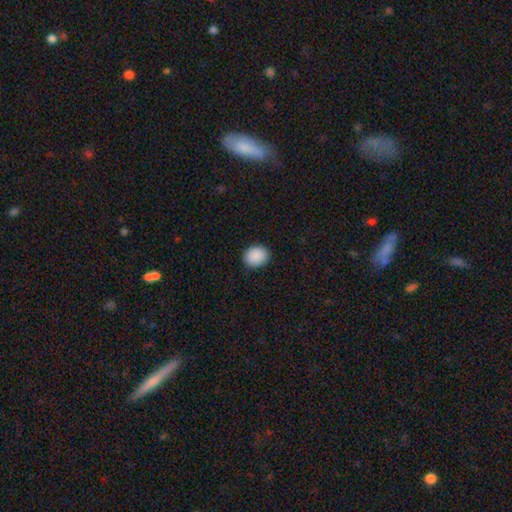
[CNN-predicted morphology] The model was most divided on "how rounded": round: 59%, in between: 40%, cigar-shaped: 1%. More confident: smooth or featured — smooth (90%); merging — none (89%).